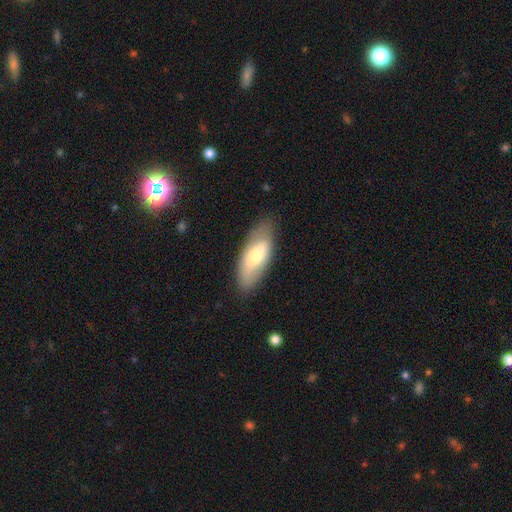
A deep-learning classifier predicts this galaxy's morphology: The model was most divided on "smooth or featured": smooth: 60%, featured or disk: 34%, star or artifact: 6%. More confident: merging — none (81%); how rounded — in between (79%).